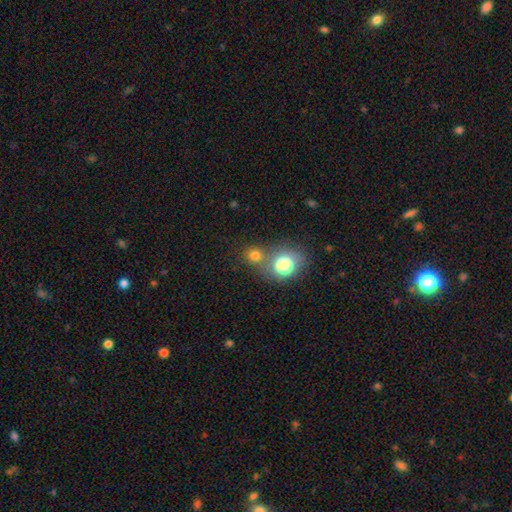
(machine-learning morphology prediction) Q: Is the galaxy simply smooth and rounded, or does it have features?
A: smooth — 67%.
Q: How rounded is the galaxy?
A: round — 83%.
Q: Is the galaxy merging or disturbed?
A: none — 55%.